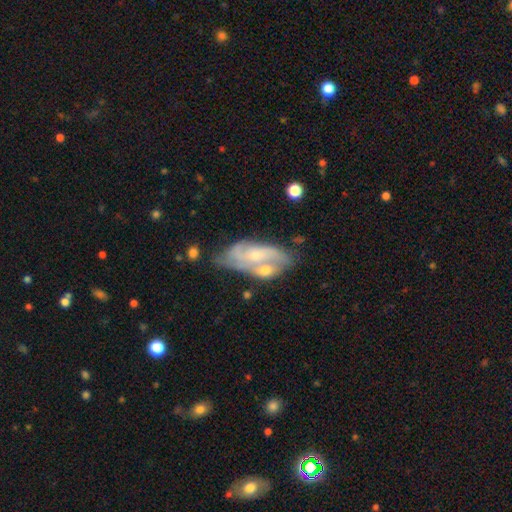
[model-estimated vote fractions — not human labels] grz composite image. It shows a featured or disk galaxy (72%) with no bar (59%), 2 (55%) medium (44%) spiral arms (84%) and a small central bulge (61%). Merging: none (44%).